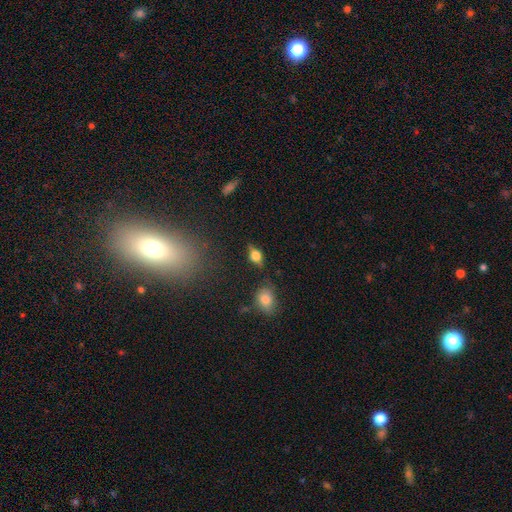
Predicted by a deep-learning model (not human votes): Morphology: type=smooth (52%); roundness=in between (66%); merging=none (71%).